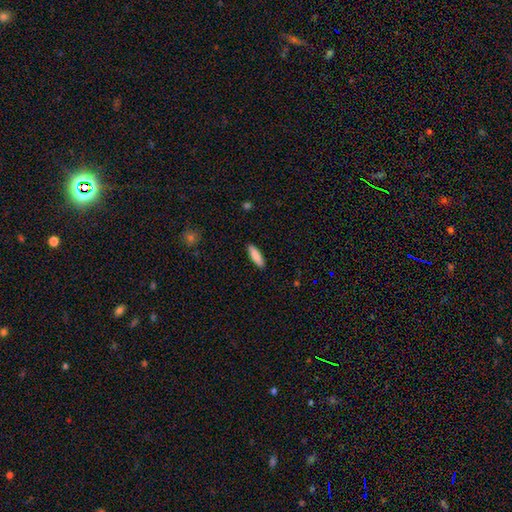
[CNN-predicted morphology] Overall: smooth (86%). How rounded: cigar-shaped (59%; in between 40%). Merging: none (90%).